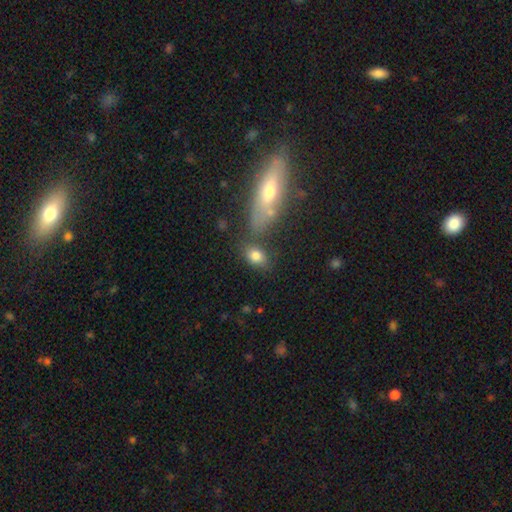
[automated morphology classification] Smooth or featured?
  - smooth: 80% *
  - featured or disk: 11%
  - star or artifact: 10%
How rounded?
  - in between: 79% *
  - round: 18%
  - cigar-shaped: 3%
Merging?
  - none: 64% *
  - minor disturbance: 15%
  - merger: 15%
  - major disturbance: 6%